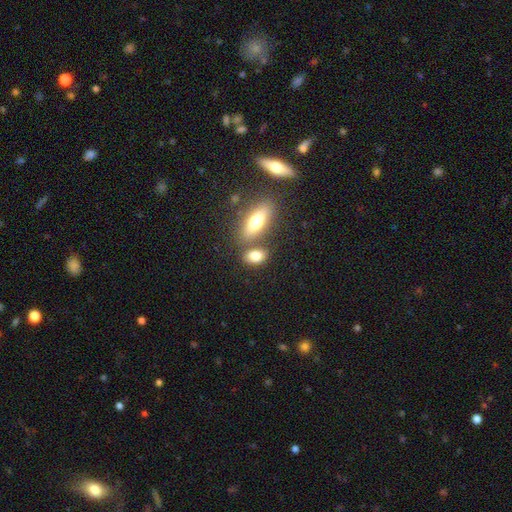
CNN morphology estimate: This is clearly a smooth galaxy (82%). How rounded: likely in between (79%). Merging: possibly none (59%).